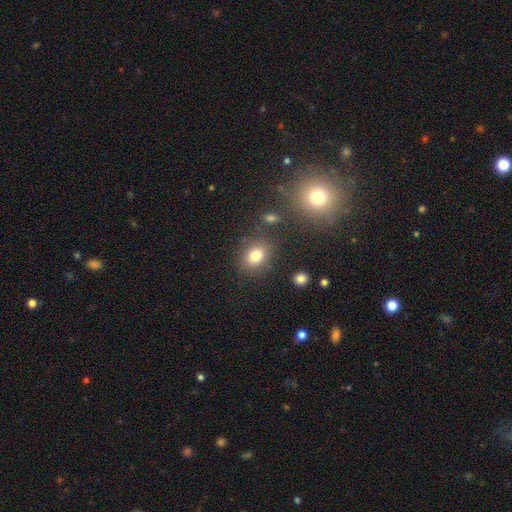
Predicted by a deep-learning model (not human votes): Smooth or featured?
  - smooth: 80% *
  - star or artifact: 12%
  - featured or disk: 8%
How rounded?
  - in between: 58% *
  - round: 41%
  - cigar-shaped: 1%
Merging?
  - none: 79% *
  - minor disturbance: 12%
  - merger: 5%
  - major disturbance: 4%